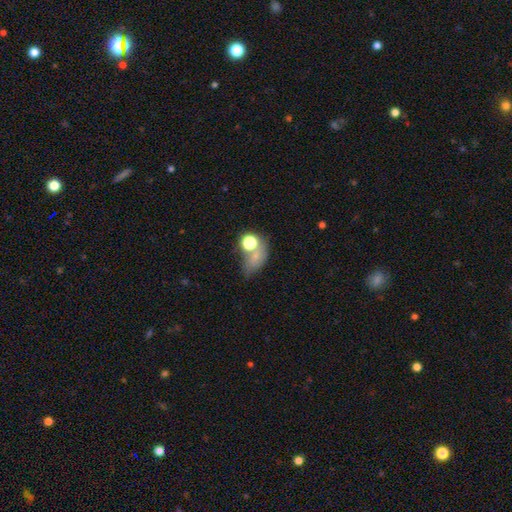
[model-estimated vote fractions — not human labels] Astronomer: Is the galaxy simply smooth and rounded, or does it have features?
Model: smooth — 66%.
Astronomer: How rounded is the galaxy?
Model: in between — 65%.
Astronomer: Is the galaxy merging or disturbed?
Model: none — 38% (runner-up: merger, 30%).